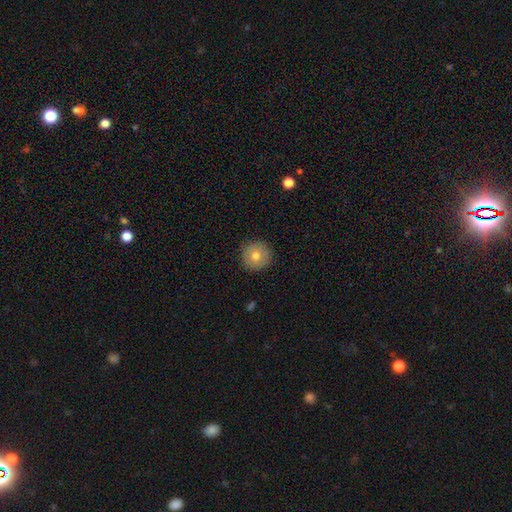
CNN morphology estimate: Overall: smooth (74%). How rounded: round (95%). Merging: none (90%).